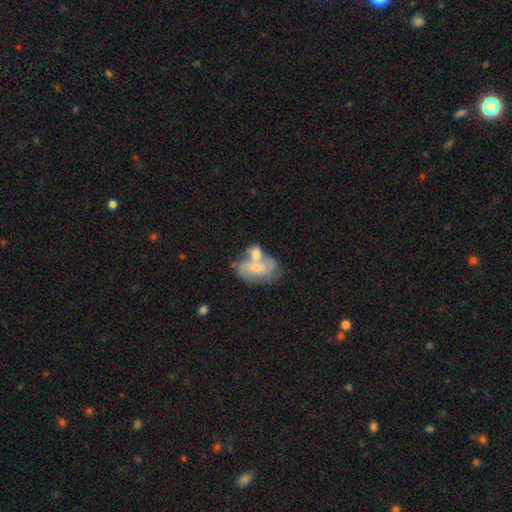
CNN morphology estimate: Smooth or featured? featured or disk (48%)
Merging? merger (38%)